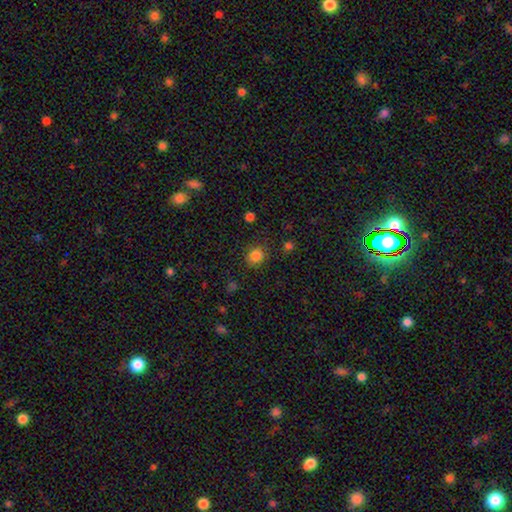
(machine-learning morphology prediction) This appears to be a smooth galaxy with no disk features (84%) that is round (79%). Merging: none (84%).